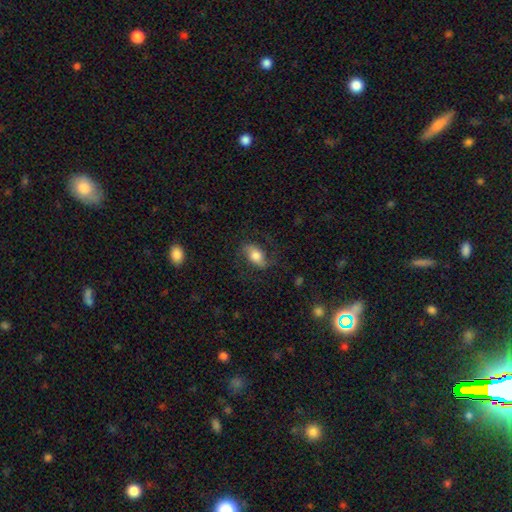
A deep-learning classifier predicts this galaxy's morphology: A smooth galaxy with no disk features (53%) that is in between round and cigar-shaped (86%).

Vote fractions:
- Smooth or featured? smooth: 53% / featured or disk: 39% / star or artifact: 8%
- How rounded? in between: 86% / round: 9% / cigar-shaped: 5%
- Merging? none: 67% / minor disturbance: 18% / major disturbance: 13% / merger: 1%